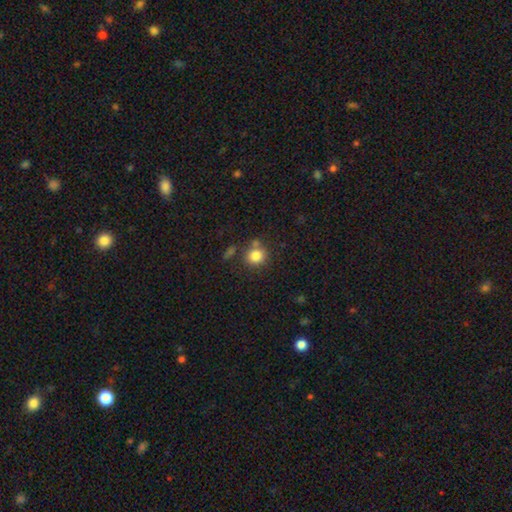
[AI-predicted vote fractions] Smooth or featured? smooth (82%)
How rounded? round (86%)
Merging? none (69%)